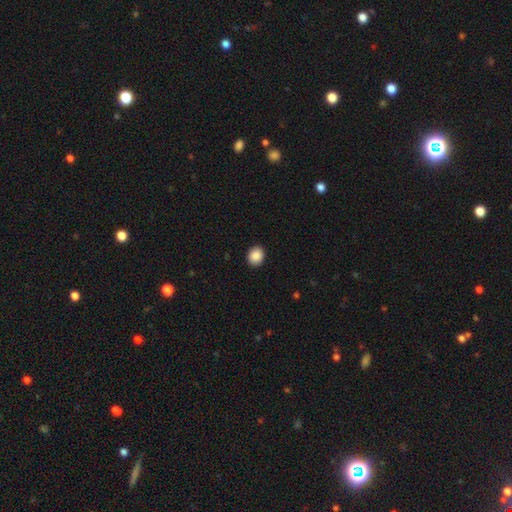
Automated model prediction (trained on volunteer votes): This appears to be a smooth galaxy with no disk features (89%) that is round (63%). Merging: none (91%).